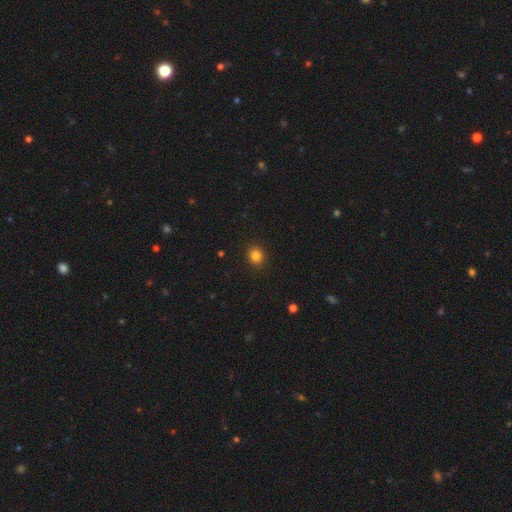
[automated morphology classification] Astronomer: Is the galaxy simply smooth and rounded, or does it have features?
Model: smooth — 84%.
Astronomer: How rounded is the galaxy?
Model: round — 75%.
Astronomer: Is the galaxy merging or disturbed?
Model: none — 90%.